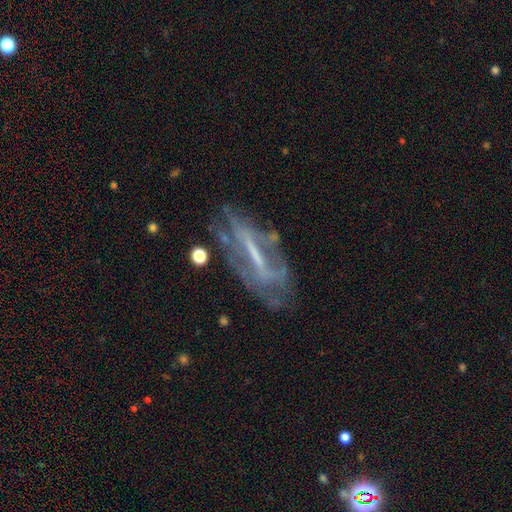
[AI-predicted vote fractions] smooth-or-featured: featured or disk: 75% | smooth: 16% | star or artifact: 9%
  disk-edge-on: no: 75% | yes: 25%
    bar: strong: 56% | weak: 26% | no: 18%
    has-spiral-arms: yes: 52% | no: 48%
    bulge-size: small: 37% | none: 35% | moderate: 24% | large: 3% | dominant: 1%
  merging: none: 53% | minor disturbance: 22% | major disturbance: 20% | merger: 5%